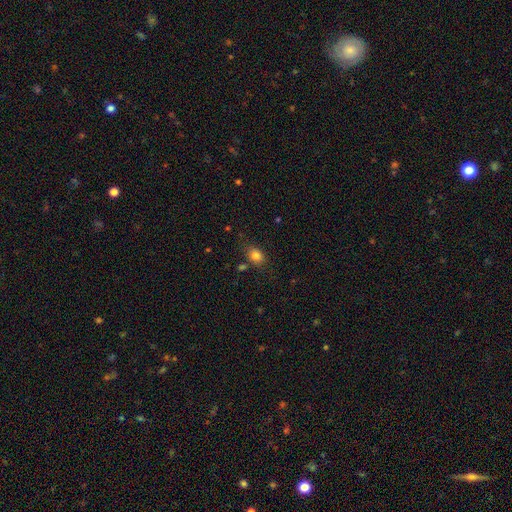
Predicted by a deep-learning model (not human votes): Smooth or featured?
  - smooth: 82% *
  - star or artifact: 11%
  - featured or disk: 7%
How rounded?
  - in between: 63% *
  - round: 36%
  - cigar-shaped: 1%
Merging?
  - none: 75% *
  - minor disturbance: 16%
  - merger: 5%
  - major disturbance: 4%